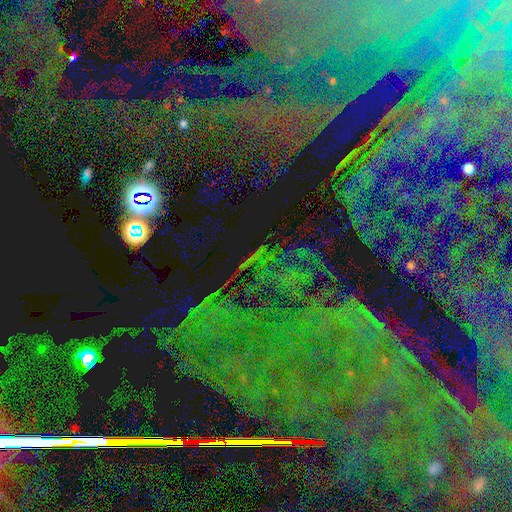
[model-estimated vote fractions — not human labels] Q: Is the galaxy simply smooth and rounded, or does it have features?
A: star or artifact — 81%.